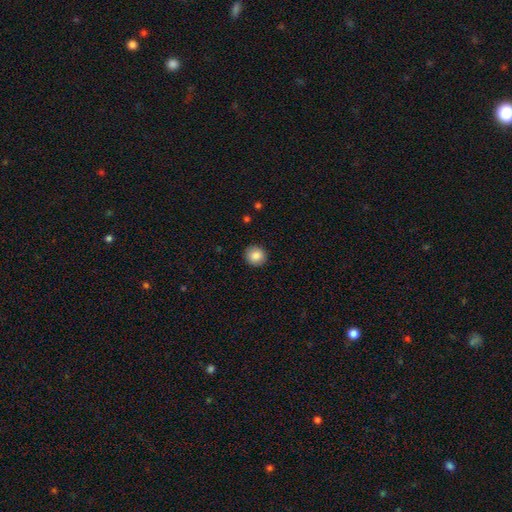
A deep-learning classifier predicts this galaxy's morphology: This appears to be a smooth galaxy with no disk features (87%) that is round (89%). Merging: none (91%).